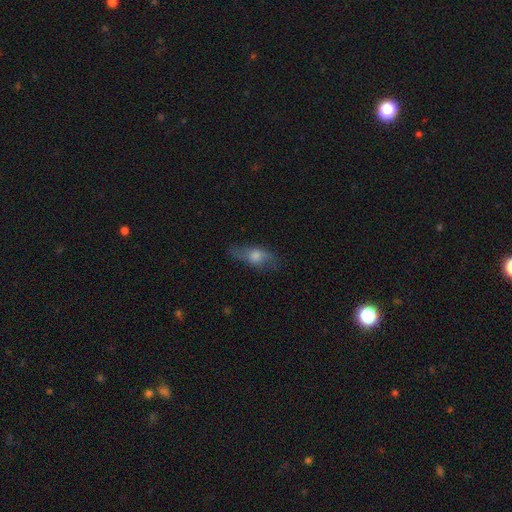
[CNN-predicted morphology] smooth-or-featured: smooth: 50% | featured or disk: 40% | star or artifact: 10%
  merging: none: 72% | minor disturbance: 19% | major disturbance: 7% | merger: 1%